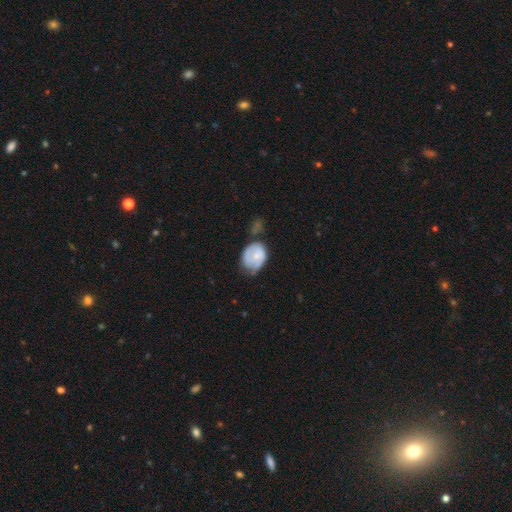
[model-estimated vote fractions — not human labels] Smooth or featured: smooth — 60% (featured or disk — 33%)
How rounded: in between — 59% (round — 40%)
Merging: minor disturbance — 39% (none — 34%)